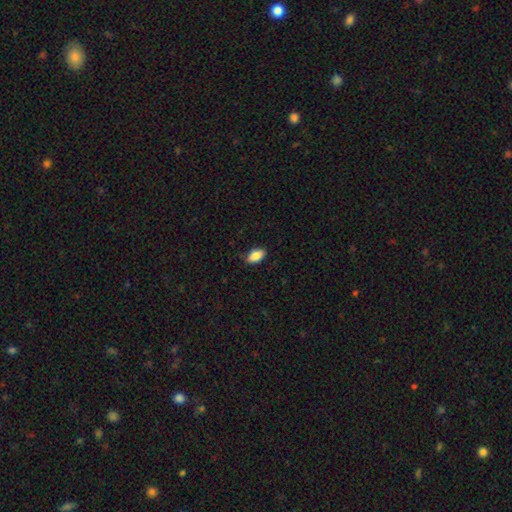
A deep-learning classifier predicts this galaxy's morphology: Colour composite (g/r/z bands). It shows a smooth galaxy with no disk features (86%) that is in between round and cigar-shaped (91%). Merging: none (84%).